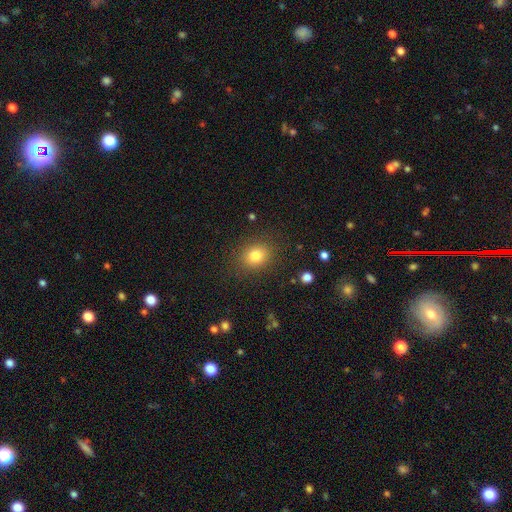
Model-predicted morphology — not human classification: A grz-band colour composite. It shows a smooth galaxy with no disk features (78%) that is round (68%). Merging: none (87%).